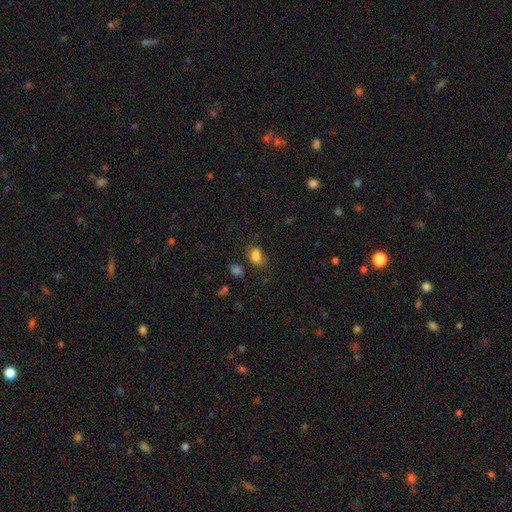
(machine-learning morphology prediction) This appears to be a smooth galaxy with no disk features (79%) that is in between round and cigar-shaped (81%). Merging: none (55%).